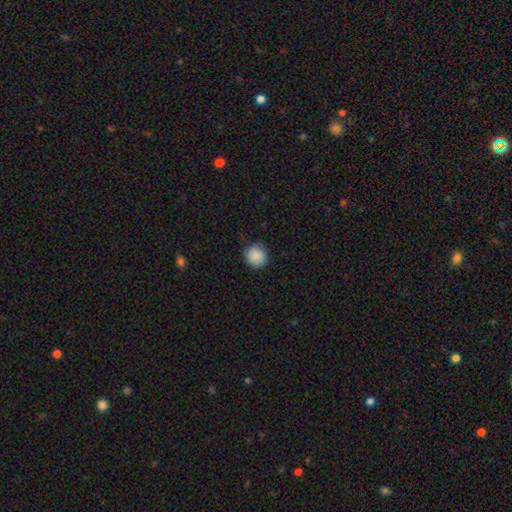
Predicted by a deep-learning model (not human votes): This is clearly a smooth galaxy (89%). How rounded: clearly round (92%). Merging: clearly none (87%).